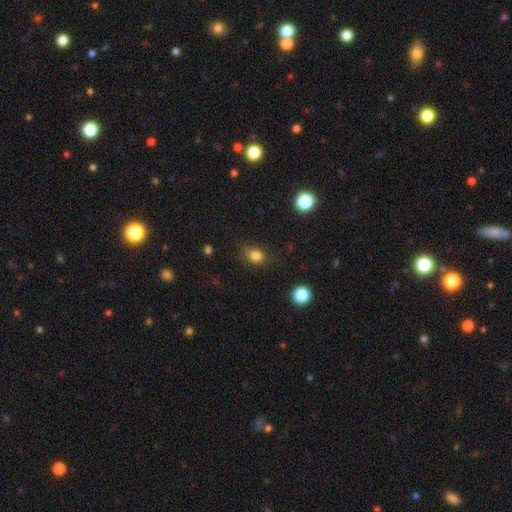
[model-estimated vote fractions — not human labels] This appears to be a smooth galaxy with no disk features (81%) that is in between round and cigar-shaped (50%). Merging: none (74%).